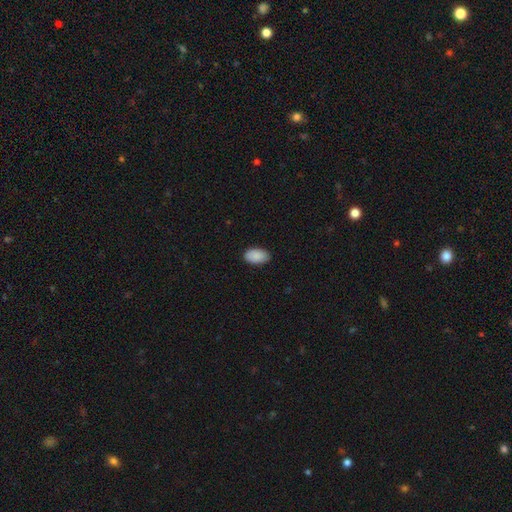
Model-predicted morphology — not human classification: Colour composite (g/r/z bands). It shows a smooth galaxy with no disk features (89%) that is in between round and cigar-shaped (94%). Merging: none (85%).